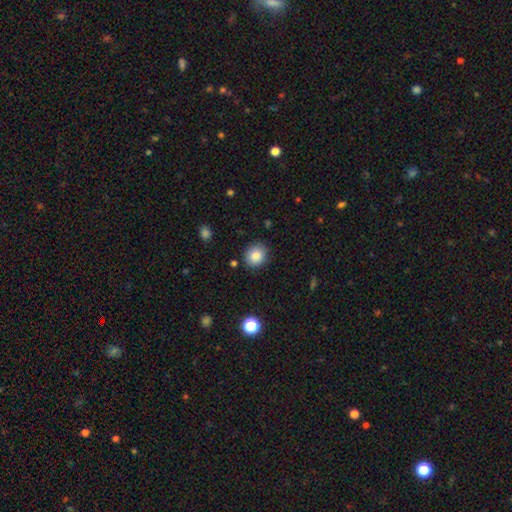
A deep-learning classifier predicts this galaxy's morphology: A smooth galaxy with no disk features (84%) that is round (79%). Merging: none (87%).